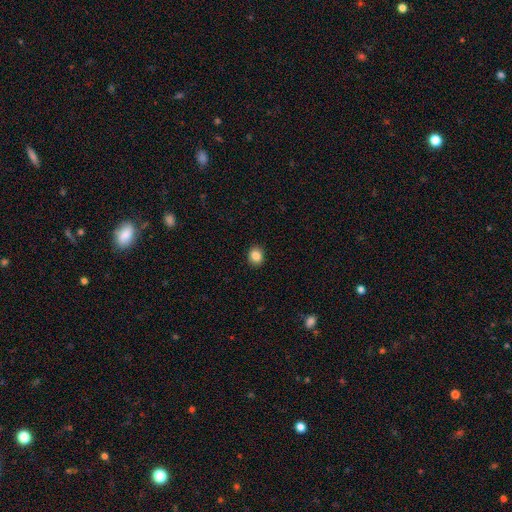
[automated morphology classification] The model was most divided on "how rounded": round: 70%, in between: 29%, cigar-shaped: 1%. More confident: merging — none (91%); smooth or featured — smooth (86%).